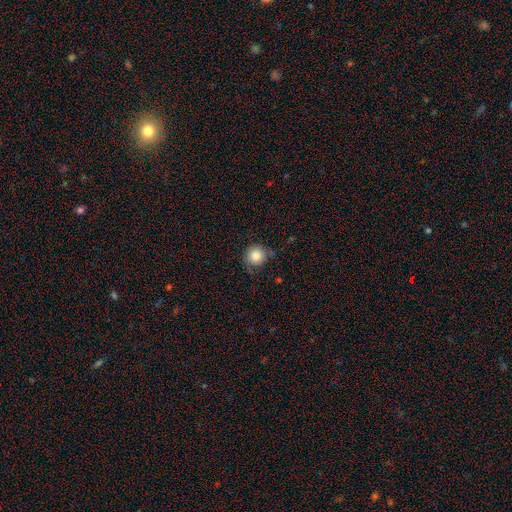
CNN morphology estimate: This is clearly a smooth galaxy (81%). How rounded: clearly round (91%). Merging: likely none (64%).